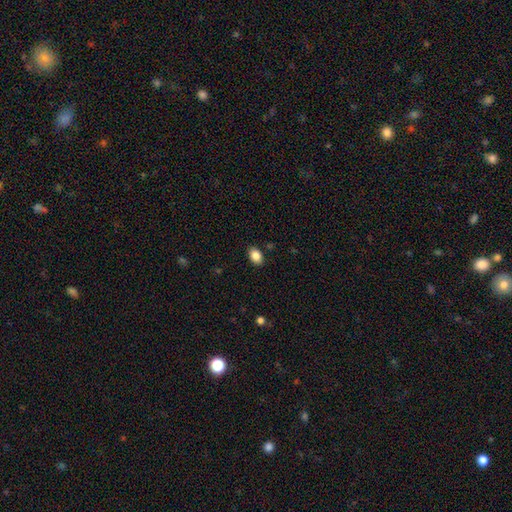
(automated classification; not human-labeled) A smooth galaxy with no disk features (87%) that is in between round and cigar-shaped (84%). Merging: none (88%).